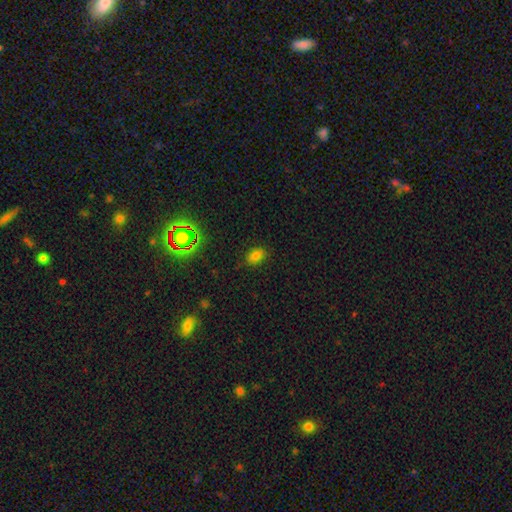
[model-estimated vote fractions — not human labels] Overall: smooth (73%). How rounded: in between (73%). Merging: none (82%).